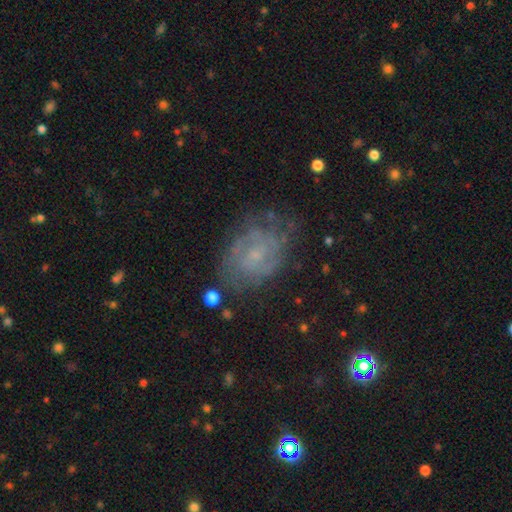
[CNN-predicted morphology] Q: Smooth or featured?
A: featured or disk (68%); runner-up: smooth (21%)
Q: Edge-on disk?
A: no (97%); runner-up: yes (3%)
Q: Bar?
A: no (66%); runner-up: weak (30%)
Q: Spiral arms?
A: yes (82%); runner-up: no (18%)
Q: Spiral winding?
A: tight (53%); runner-up: medium (35%)
Q: Spiral arm count?
A: can't tell (48%); runner-up: 2 (29%)
Q: Bulge size?
A: small (68%); runner-up: moderate (17%)
Q: Merging?
A: none (64%); runner-up: minor disturbance (22%)